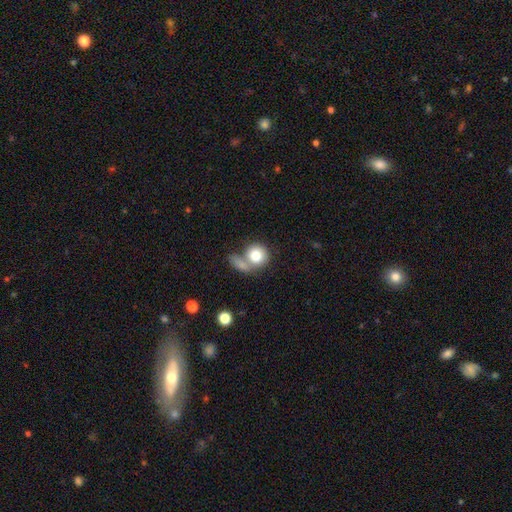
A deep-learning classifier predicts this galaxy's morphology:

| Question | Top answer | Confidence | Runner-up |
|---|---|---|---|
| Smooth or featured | smooth | 79% | featured or disk (13%) |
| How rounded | round | 82% | in between (16%) |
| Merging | merger | 44% | none (36%) |